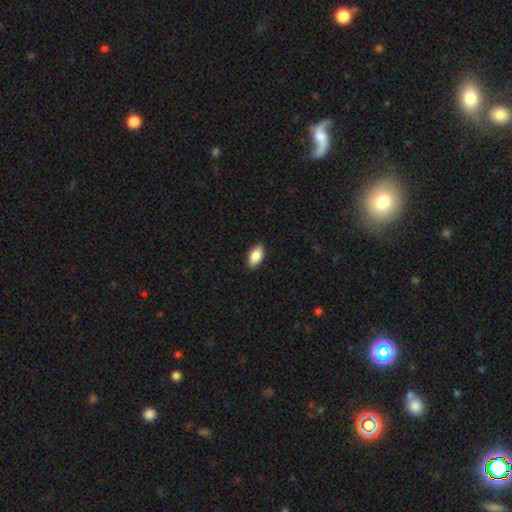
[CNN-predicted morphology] A smooth galaxy with no disk features (85%) that is in between round and cigar-shaped (92%).

Vote fractions:
- Smooth or featured? smooth: 85% / featured or disk: 9% / star or artifact: 6%
- How rounded? in between: 92% / cigar-shaped: 5% / round: 3%
- Merging? none: 89% / minor disturbance: 8% / major disturbance: 2% / merger: 1%